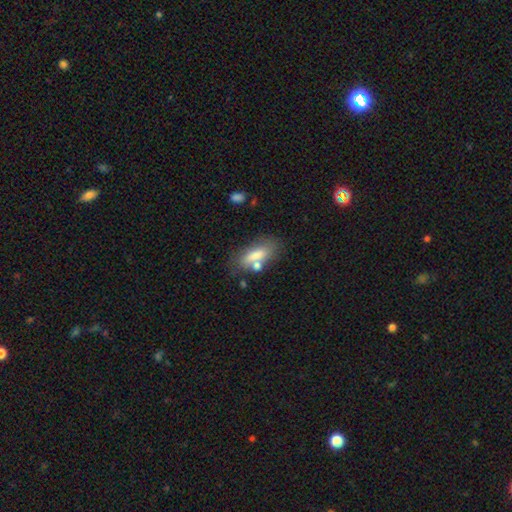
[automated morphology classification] smooth-or-featured: smooth: 75% | featured or disk: 16% | star or artifact: 8%
  how-rounded: in between: 75% | cigar-shaped: 22% | round: 4%
  merging: none: 57% | minor disturbance: 19% | merger: 17% | major disturbance: 8%